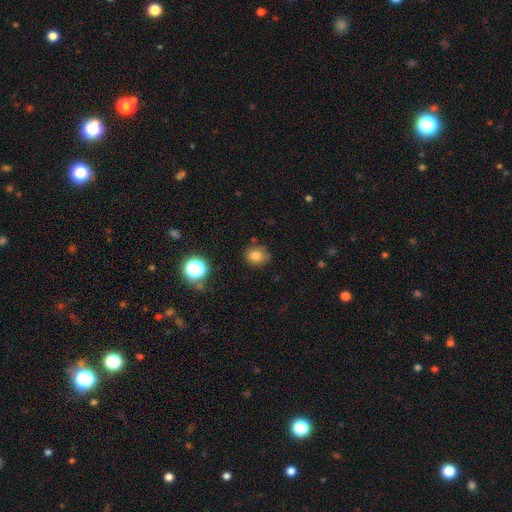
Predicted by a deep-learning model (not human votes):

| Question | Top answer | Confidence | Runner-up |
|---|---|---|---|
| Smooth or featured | smooth | 78% | star or artifact (15%) |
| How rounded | round | 75% | in between (24%) |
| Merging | none | 80% | minor disturbance (14%) |